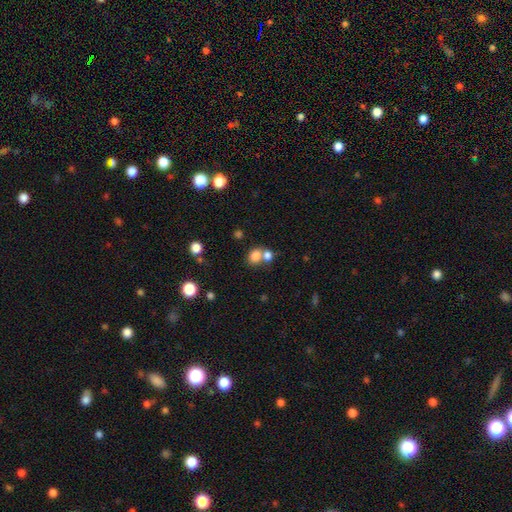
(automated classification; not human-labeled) smooth_or_featured: smooth (p=0.79) [alt: star or artifact p=0.12]
how_rounded: round (p=0.55) [alt: in between p=0.44]
merging: merger (p=0.48) [alt: none p=0.40]